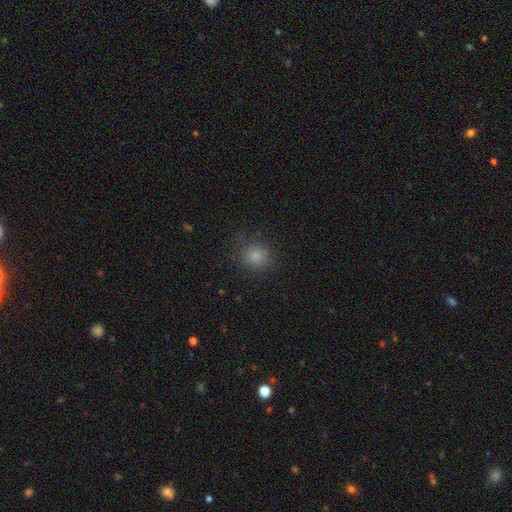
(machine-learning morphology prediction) type=smooth (82%); roundness=round (87%); merging=none (78%).